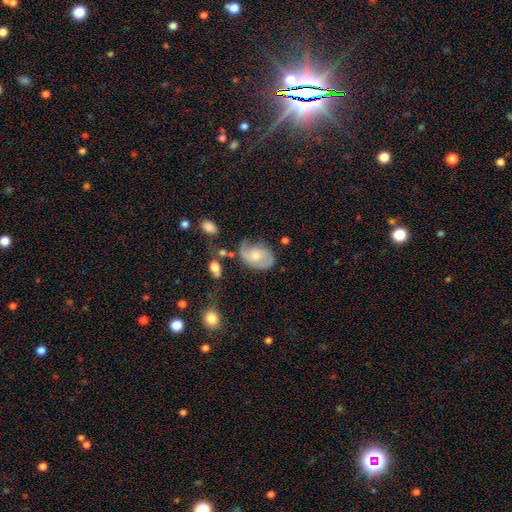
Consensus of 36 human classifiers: Smooth or featured?
  - featured or disk: 69% *
  - smooth: 28%
  - star or artifact: 3%
Edge-on disk?
  - no: 96% *
  - yes: 4%
Bar?
  - no: 58% *
  - weak: 42%
  - strong: 0%
Spiral arms?
  - yes: 83% *
  - no: 17%
Spiral winding?
  - medium: 60% *
  - tight: 20%
  - loose: 20%
Spiral arm count?
  - 2: 70% *
  - 1: 15%
  - can't tell: 10%
  - 3: 5%
  - 4: 0%
  - more than 4: 0%
Bulge size?
  - moderate: 46% *
  - small: 42%
  - large: 12%
  - dominant: 0%
  - none: 0%
Merging?
  - none: 46% *
  - major disturbance: 29%
  - minor disturbance: 23%
  - merger: 3%